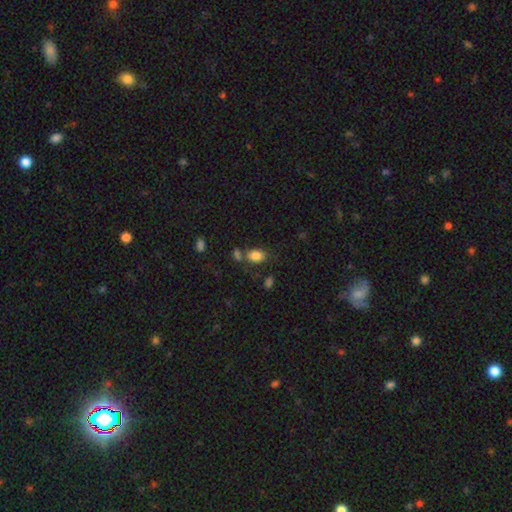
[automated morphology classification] The model was most divided on "merging": none: 61%, merger: 18%, minor disturbance: 15%, major disturbance: 6%. More confident: smooth or featured — smooth (84%); how rounded — in between (80%).